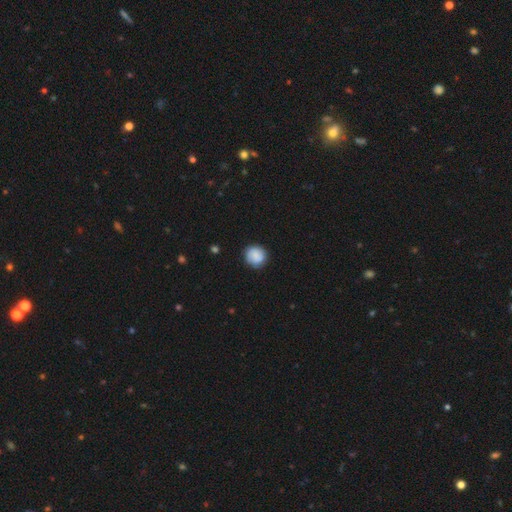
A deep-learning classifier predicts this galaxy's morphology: Smooth or featured? Predicted: smooth (p=0.75). How rounded? Predicted: round (p=0.90). Merging? Predicted: none (p=0.79).